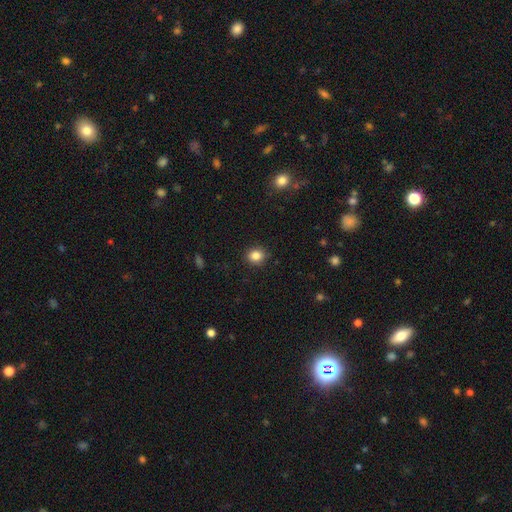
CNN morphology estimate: Smooth or featured? Predicted: smooth (p=0.84). How rounded? Predicted: round (p=0.70). Merging? Predicted: none (p=0.89).